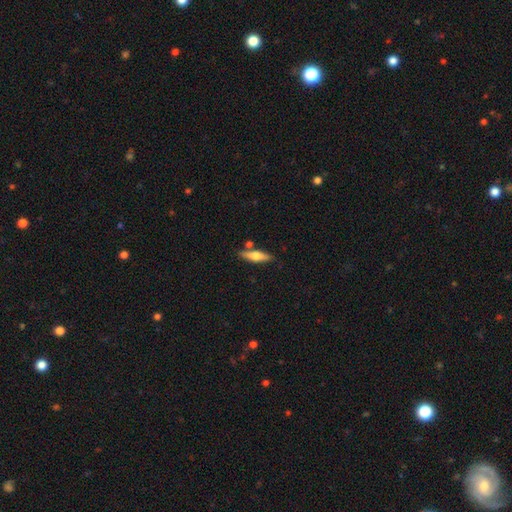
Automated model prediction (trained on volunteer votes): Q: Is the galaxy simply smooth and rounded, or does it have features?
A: smooth — 53%.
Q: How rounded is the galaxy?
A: cigar-shaped — 67%.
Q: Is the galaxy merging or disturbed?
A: none — 78%.